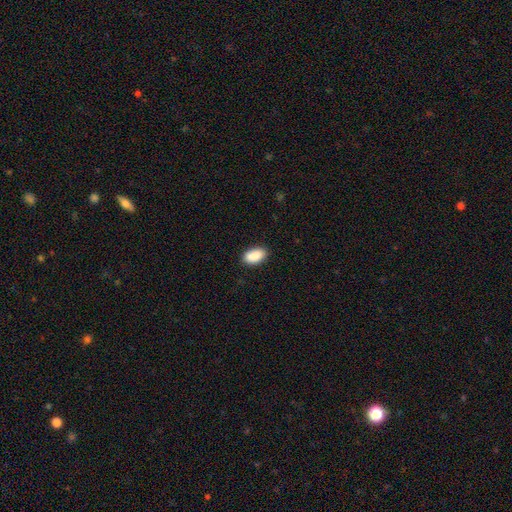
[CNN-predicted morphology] This appears to be a smooth galaxy with no disk features (89%) that is in between round and cigar-shaped (92%). Merging: none (83%).